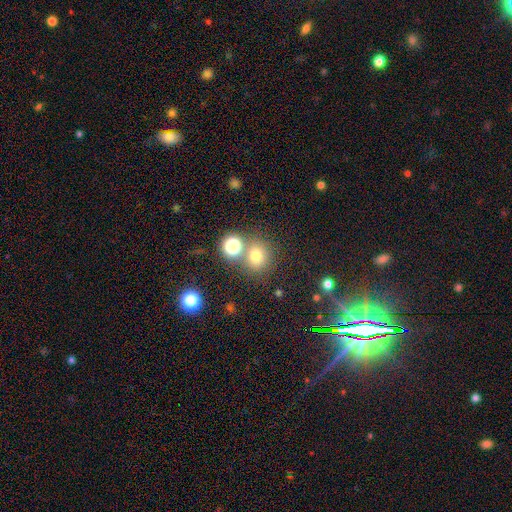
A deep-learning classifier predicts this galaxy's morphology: The model was most divided on "merging": none: 66%, merger: 20%, minor disturbance: 9%, major disturbance: 4%. More confident: how rounded — round (79%); smooth or featured — smooth (72%).